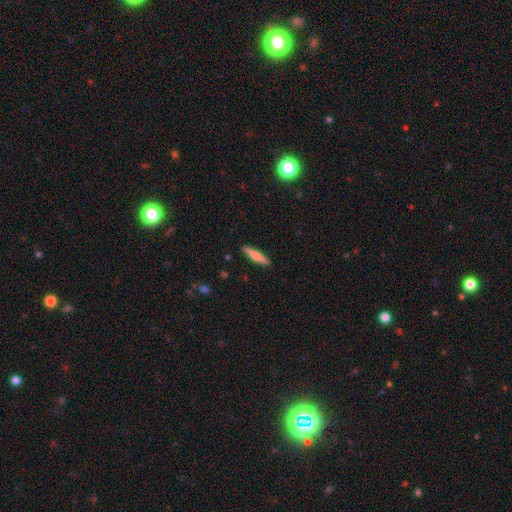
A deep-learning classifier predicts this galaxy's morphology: Smooth or featured: smooth — 59% (featured or disk — 35%)
How rounded: cigar-shaped — 87% (in between — 11%)
Merging: none — 90% (minor disturbance — 7%)